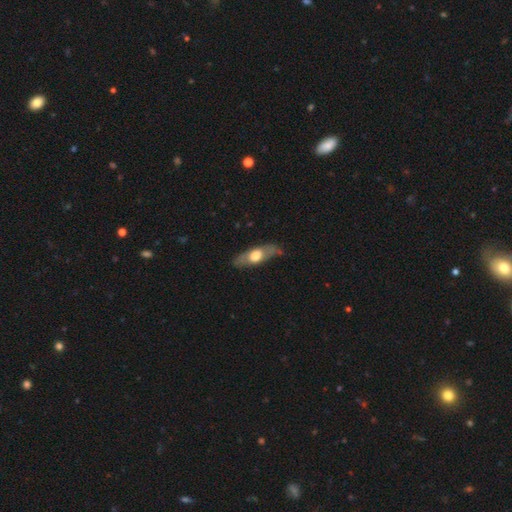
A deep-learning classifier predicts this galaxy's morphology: A smooth galaxy with no disk features (48%).

Vote fractions:
- Smooth or featured? smooth: 48% / featured or disk: 47% / star or artifact: 5%
- Merging? none: 75% / minor disturbance: 18% / major disturbance: 5% / merger: 2%